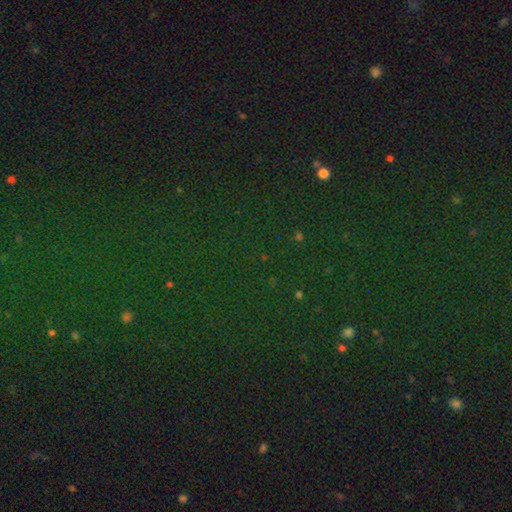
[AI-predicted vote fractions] smooth-or-featured: star or artifact: 80% | smooth: 13% | featured or disk: 8%